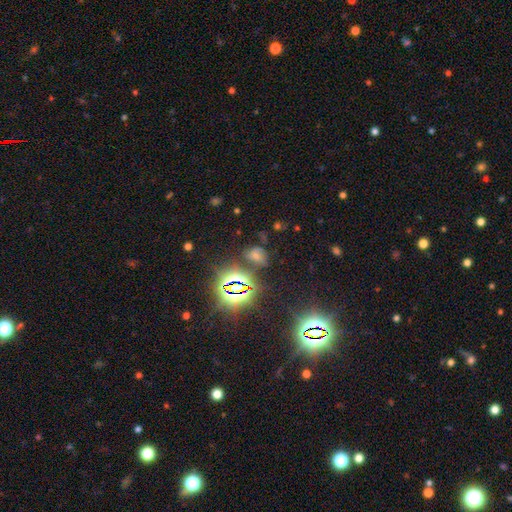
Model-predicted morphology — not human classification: Smooth or featured: star or artifact — 49% (smooth — 36%)